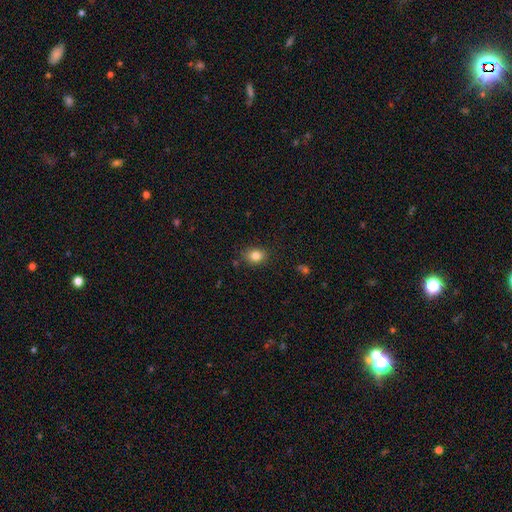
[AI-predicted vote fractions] smooth-or-featured: smooth: 83% | star or artifact: 11% | featured or disk: 6%
  how-rounded: round: 57% | in between: 42% | cigar-shaped: 1%
  merging: none: 83% | minor disturbance: 12% | major disturbance: 3% | merger: 2%